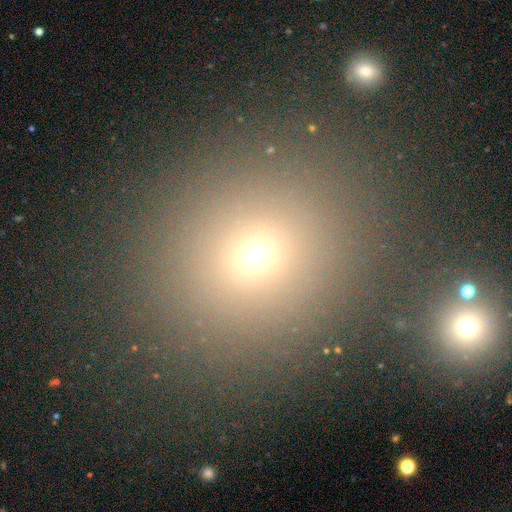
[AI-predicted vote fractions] smooth 66%, star or artifact 24%, featured or disk 11%. Down the decision tree: how rounded — round (80%); merging — none (81%).